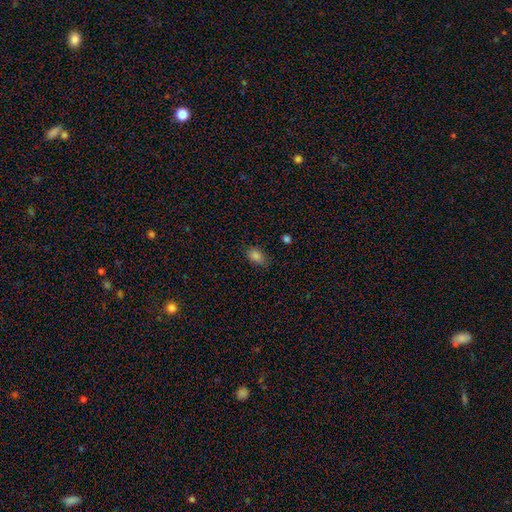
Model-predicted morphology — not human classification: Smooth or featured?
  - smooth: 82% *
  - star or artifact: 13%
  - featured or disk: 5%
How rounded?
  - in between: 82% *
  - round: 16%
  - cigar-shaped: 2%
Merging?
  - none: 76% *
  - minor disturbance: 19%
  - major disturbance: 4%
  - merger: 1%